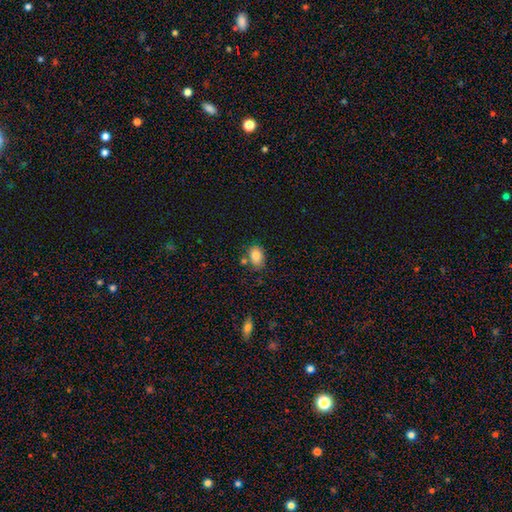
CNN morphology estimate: A smooth galaxy with no disk features (83%) that is in between round and cigar-shaped (79%).

Vote fractions:
- Smooth or featured? smooth: 83% / star or artifact: 9% / featured or disk: 8%
- How rounded? in between: 79% / round: 20% / cigar-shaped: 1%
- Merging? none: 67% / minor disturbance: 17% / merger: 12% / major disturbance: 4%